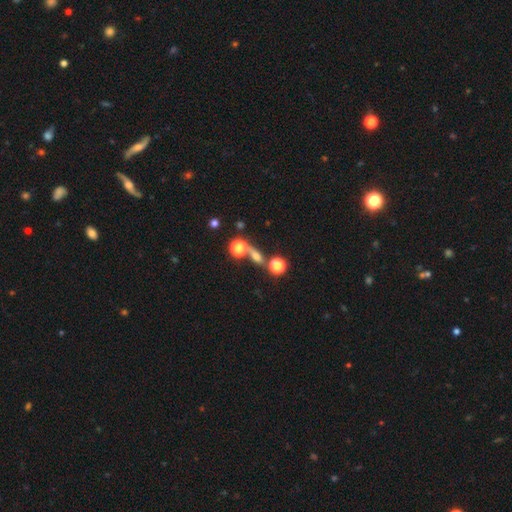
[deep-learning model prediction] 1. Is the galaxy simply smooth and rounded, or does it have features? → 54% smooth, 23% star or artifact, 23% featured or disk.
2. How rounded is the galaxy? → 41% round, 35% in between, 25% cigar-shaped.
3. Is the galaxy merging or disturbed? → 54% none, 26% merger, 11% minor disturbance, 8% major disturbance.